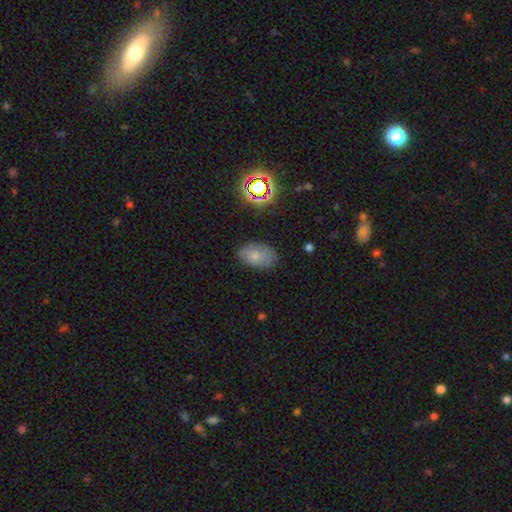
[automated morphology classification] Smooth or featured? Predicted: smooth (p=0.75). How rounded? Predicted: in between (p=0.89). Merging? Predicted: none (p=0.79).